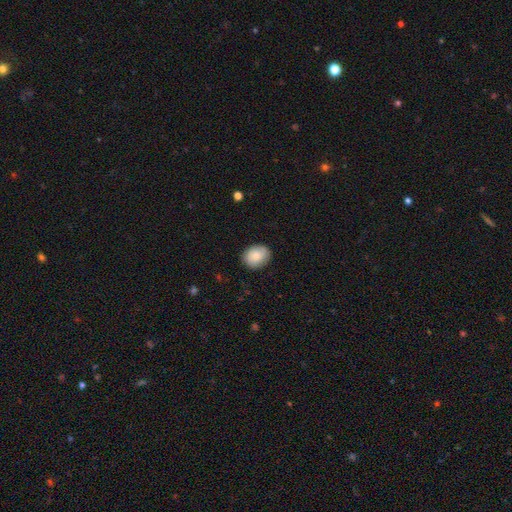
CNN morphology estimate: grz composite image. It shows a smooth galaxy with no disk features (83%) that is in between round and cigar-shaped (59%). Merging: none (84%).